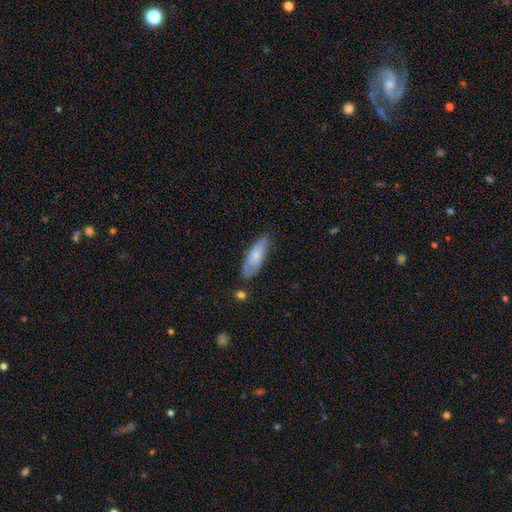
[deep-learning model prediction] Overall: smooth (70%). How rounded: in between (64%; cigar-shaped 34%). Merging: none (72%).